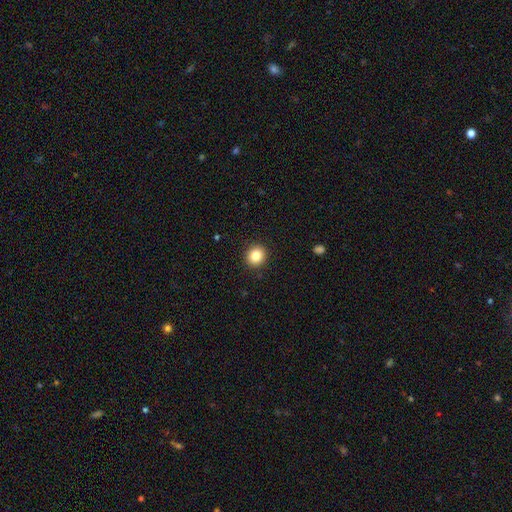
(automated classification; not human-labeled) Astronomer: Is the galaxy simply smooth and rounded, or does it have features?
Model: smooth — 85%.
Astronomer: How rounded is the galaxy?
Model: round — 86%.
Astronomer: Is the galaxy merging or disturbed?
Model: none — 92%.